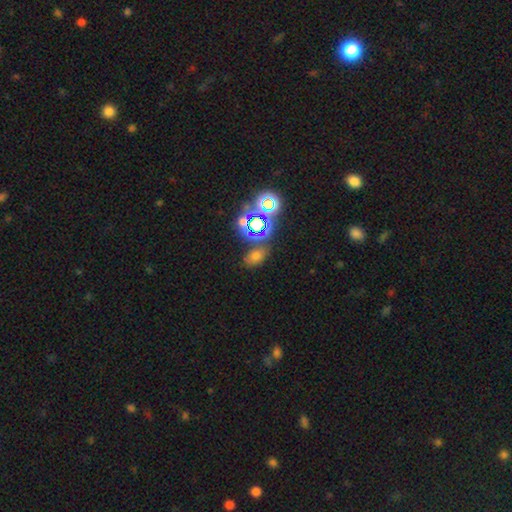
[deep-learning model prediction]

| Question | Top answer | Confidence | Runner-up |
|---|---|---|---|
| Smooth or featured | smooth | 47% | star or artifact (42%) |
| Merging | none | 65% | minor disturbance (15%) |